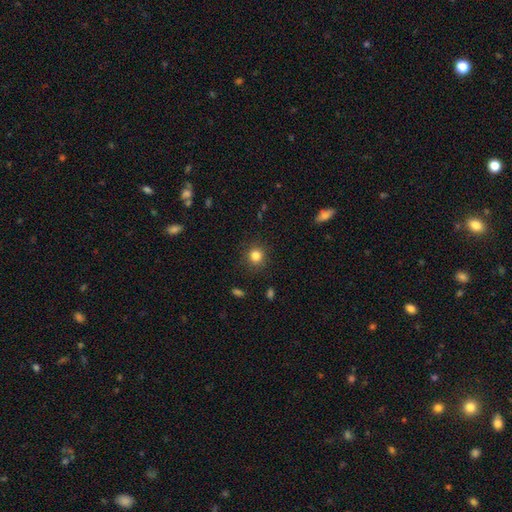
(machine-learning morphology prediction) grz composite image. It shows a smooth galaxy with no disk features (83%) that is round (91%). Merging: none (88%).